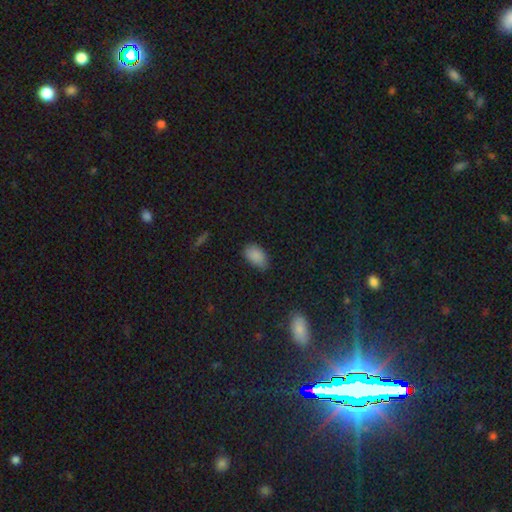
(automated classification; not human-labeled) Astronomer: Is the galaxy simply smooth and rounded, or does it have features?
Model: smooth — 86%.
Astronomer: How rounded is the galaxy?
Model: in between — 90%.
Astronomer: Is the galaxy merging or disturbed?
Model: none — 70%.